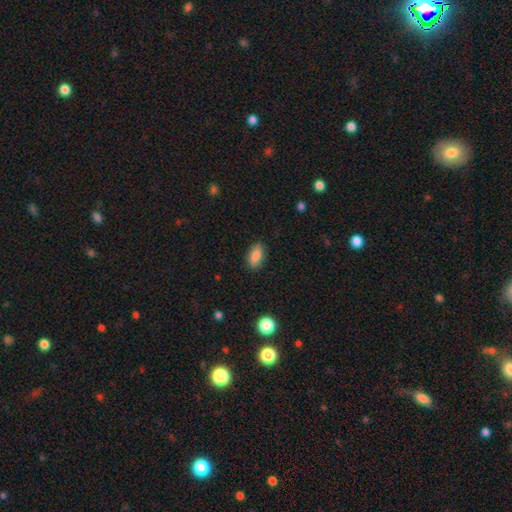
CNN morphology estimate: Smooth or featured: smooth — 83% (featured or disk — 9%)
How rounded: in between — 85% (cigar-shaped — 10%)
Merging: none — 84% (minor disturbance — 12%)